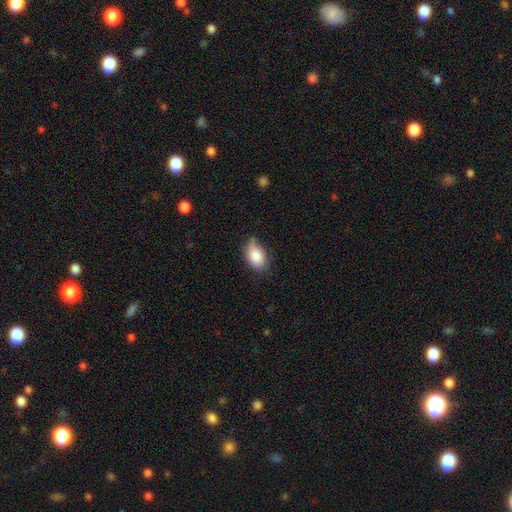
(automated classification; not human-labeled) Morphology: type=smooth (85%); roundness=in between (88%); merging=none (56%).